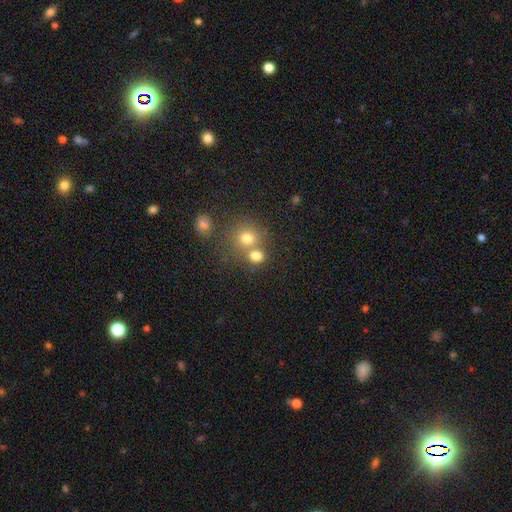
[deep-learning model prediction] Q: Smooth or featured?
A: smooth (76%); runner-up: star or artifact (15%)
Q: How rounded?
A: round (76%); runner-up: in between (23%)
Q: Merging?
A: none (49%); runner-up: merger (39%)